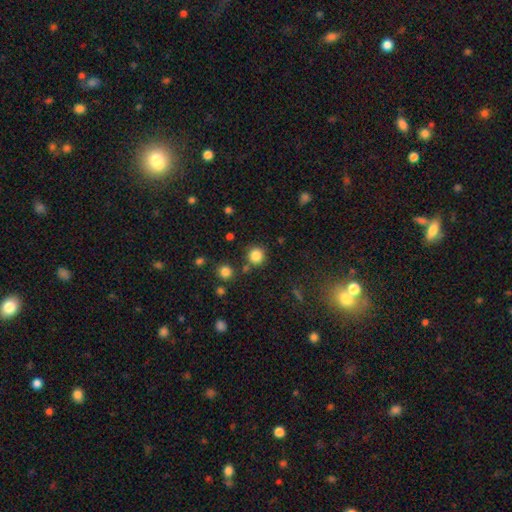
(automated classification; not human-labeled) This appears to be a smooth galaxy with no disk features (84%) that is round (93%). Merging: none (83%).